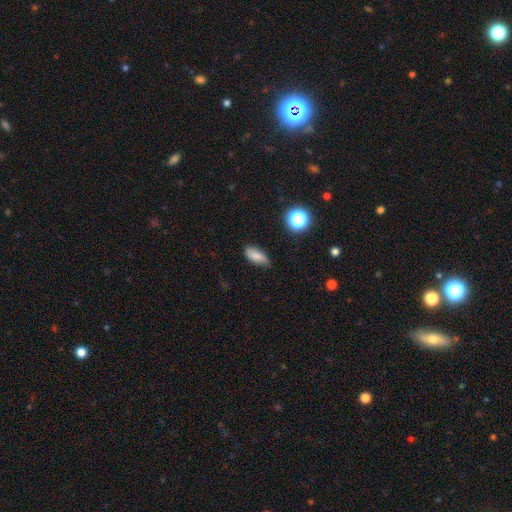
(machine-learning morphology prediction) Smooth or featured? smooth (80%)
How rounded? in between (82%)
Merging? none (68%)